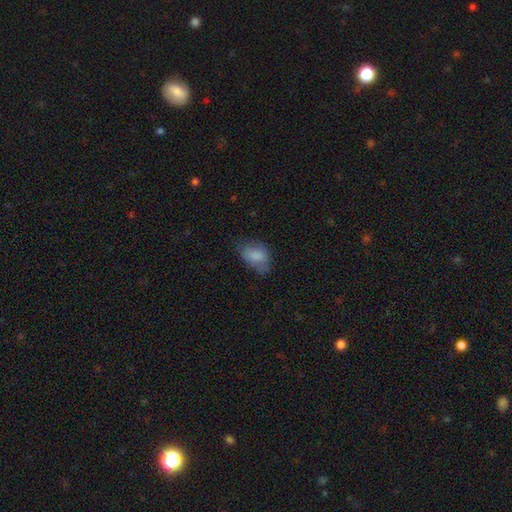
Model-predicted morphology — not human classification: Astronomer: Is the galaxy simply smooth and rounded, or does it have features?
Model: smooth — 80%.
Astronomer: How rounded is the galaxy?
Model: in between — 86%.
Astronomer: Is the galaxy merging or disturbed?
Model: none — 50% (runner-up: minor disturbance, 33%).